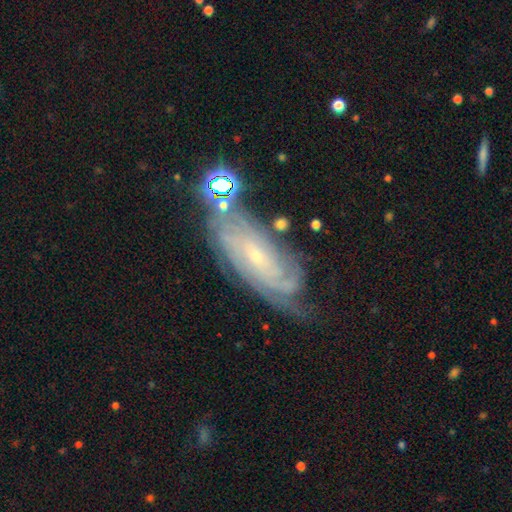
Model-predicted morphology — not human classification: This appears to be a featured or disk galaxy (81%) with no bar (64%), tight (70%) spiral arms (95%) and a small central bulge (79%). Merging: none (65%).